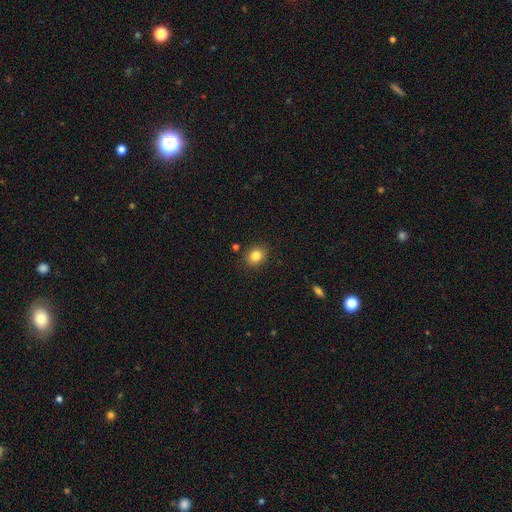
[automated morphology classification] smooth-or-featured: smooth: 83% | star or artifact: 11% | featured or disk: 6%
  how-rounded: round: 64% | in between: 35% | cigar-shaped: 1%
  merging: none: 87% | minor disturbance: 8% | merger: 2% | major disturbance: 2%